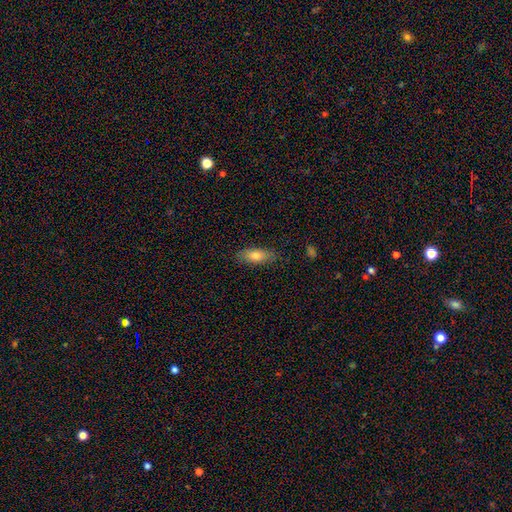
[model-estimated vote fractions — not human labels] A smooth galaxy with no disk features (76%) that is in between round and cigar-shaped (77%). Merging: none (84%).